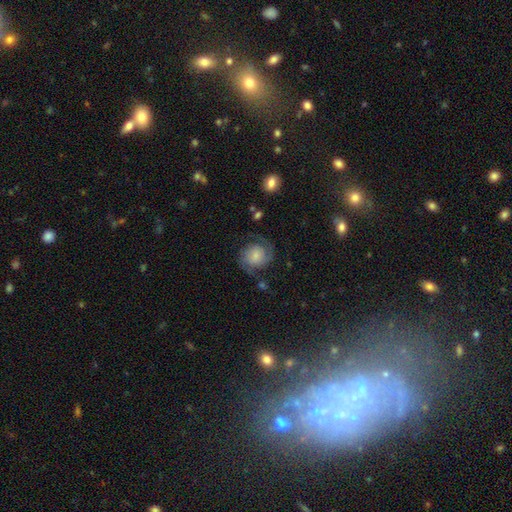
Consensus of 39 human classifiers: This is clearly a featured or disk galaxy (87%). It is clearly not viewed edge-on (97%). Bar: likely no (76%). Spiral arm pattern: clearly yes (97%). Spiral arm count: clearly 2 (84%). Spiral winding: possibly tight (50%). Central bulge: possibly small (55%). Merging: likely none (63%).